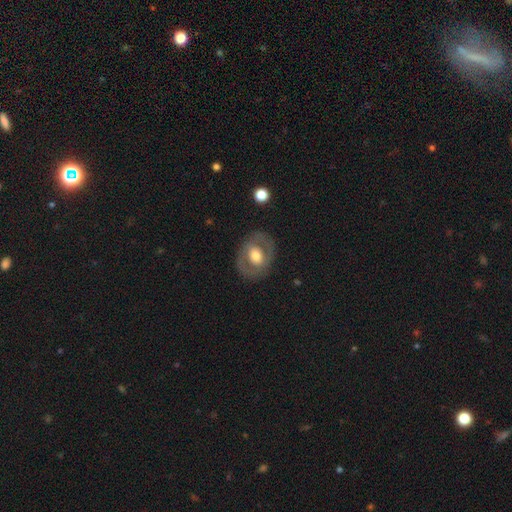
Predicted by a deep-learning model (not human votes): Smooth or featured: featured or disk — 50% (smooth — 44%)
Edge-on disk: no — 94% (yes — 6%)
Merging: none — 81% (minor disturbance — 12%)